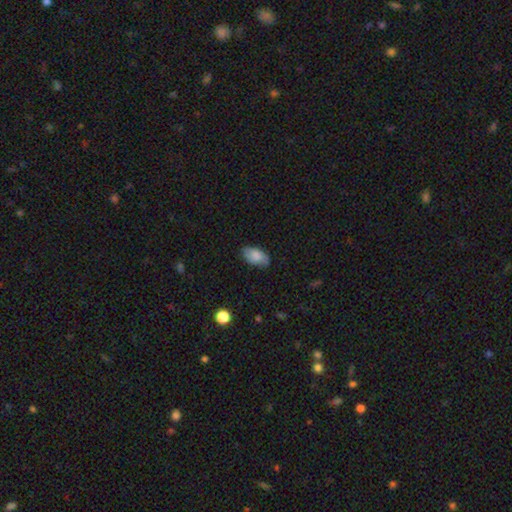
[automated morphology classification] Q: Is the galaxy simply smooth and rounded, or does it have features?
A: smooth — 78%.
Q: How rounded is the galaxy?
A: in between — 94%.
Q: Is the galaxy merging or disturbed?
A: none — 74%.